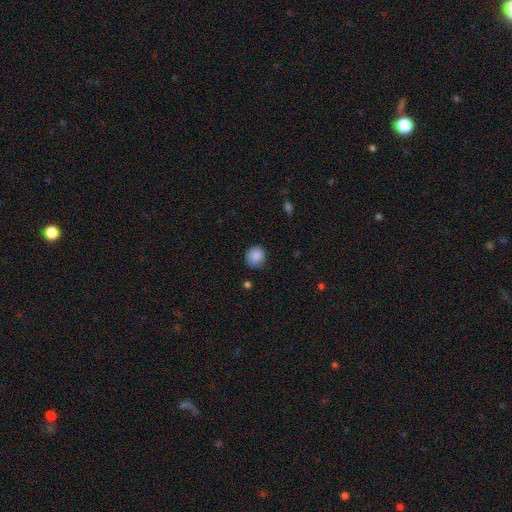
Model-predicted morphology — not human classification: type=smooth (87%); roundness=round (81%); merging=none (76%).